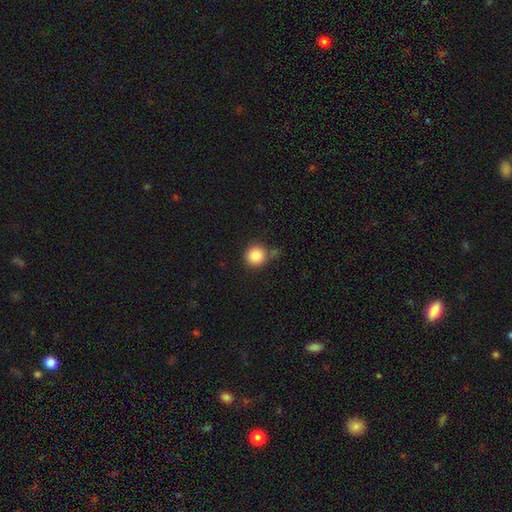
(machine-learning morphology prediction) Smooth or featured: smooth — 86% (star or artifact — 9%)
How rounded: round — 94% (in between — 5%)
Merging: none — 70% (minor disturbance — 15%)